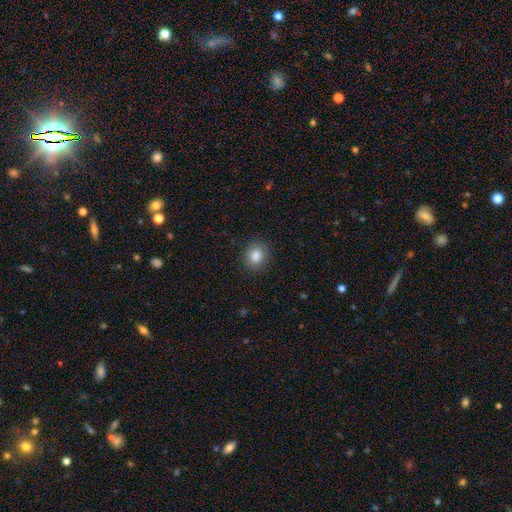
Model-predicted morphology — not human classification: This appears to be a smooth galaxy with no disk features (85%) that is round (67%). Merging: none (88%).